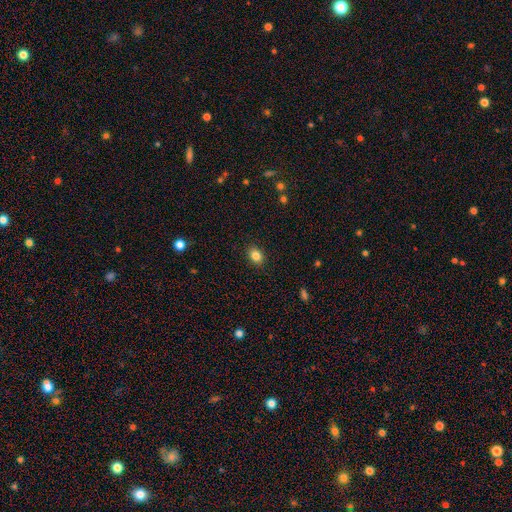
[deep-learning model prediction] Smooth or featured?
  - smooth: 84% *
  - star or artifact: 10%
  - featured or disk: 6%
How rounded?
  - in between: 61% *
  - round: 38%
  - cigar-shaped: 1%
Merging?
  - none: 89% *
  - minor disturbance: 8%
  - major disturbance: 2%
  - merger: 1%